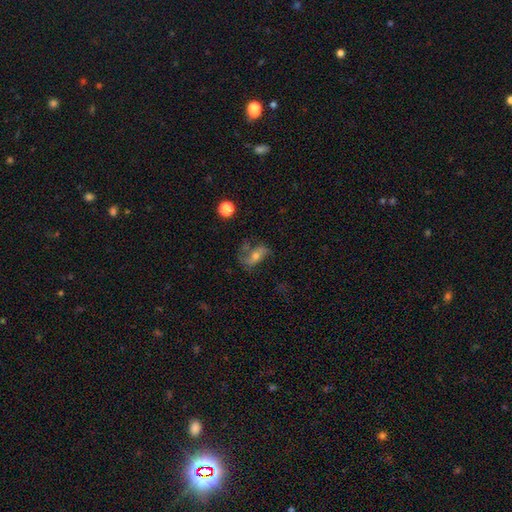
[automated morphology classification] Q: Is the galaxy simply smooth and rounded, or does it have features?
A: featured or disk — 53%.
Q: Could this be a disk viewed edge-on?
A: no — 90%.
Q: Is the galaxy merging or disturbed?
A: none — 49%.